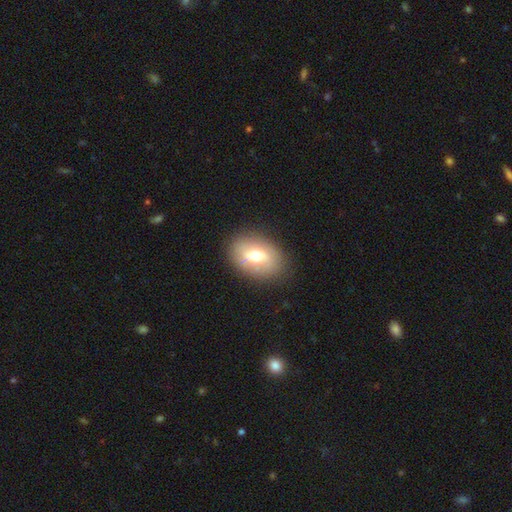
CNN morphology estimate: Q: Smooth or featured?
A: smooth (56%); runner-up: featured or disk (36%)
Q: How rounded?
A: in between (77%); runner-up: round (21%)
Q: Merging?
A: none (83%); runner-up: minor disturbance (12%)